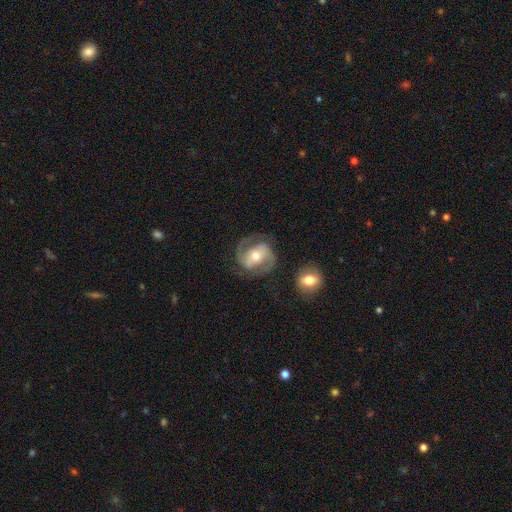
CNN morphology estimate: This is clearly a featured or disk galaxy (80%). It is clearly not viewed edge-on (97%). Bar: marginally weak (37%). Spiral arm pattern: clearly yes (92%). Spiral arm count: clearly 2 (89%). Spiral winding: possibly medium (53%). Central bulge: likely moderate (67%). Merging: likely none (74%).